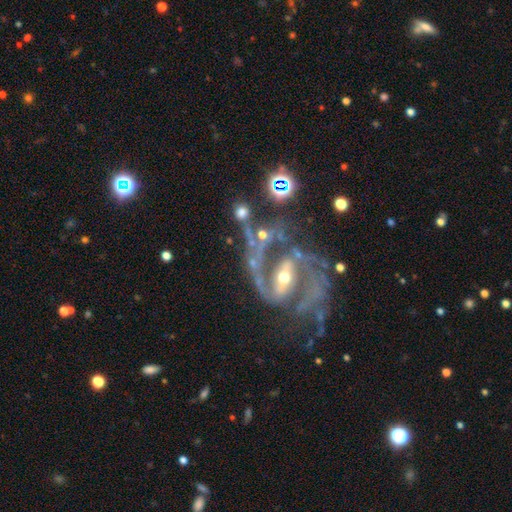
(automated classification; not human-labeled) smooth_or_featured: featured or disk (p=0.89) [alt: star or artifact p=0.07]
disk_edge_on: no (p=0.97) [alt: yes p=0.03]
bar: strong (p=0.49) [alt: weak p=0.34]
has_spiral_arms: yes (p=0.95) [alt: no p=0.05]
spiral_winding: medium (p=0.54) [alt: loose p=0.25]
spiral_arm_count: 2 (p=0.82) [alt: can't tell p=0.05]
bulge_size: moderate (p=0.49) [alt: small p=0.44]
merging: none (p=0.43) [alt: major disturbance p=0.28]